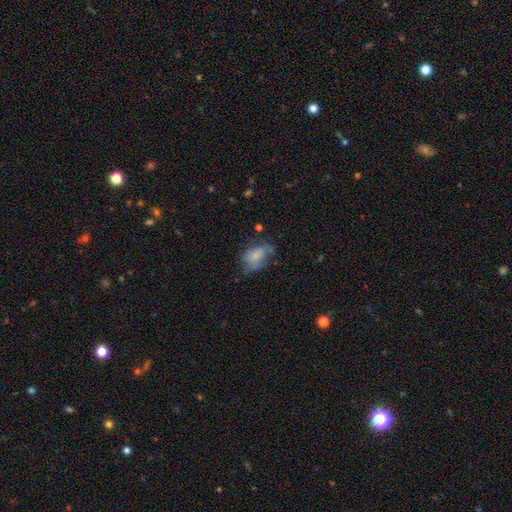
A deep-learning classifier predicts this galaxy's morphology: smooth 65%, featured or disk 26%, star or artifact 9%. Down the decision tree: how rounded — in between (87%); merging — none (38%).